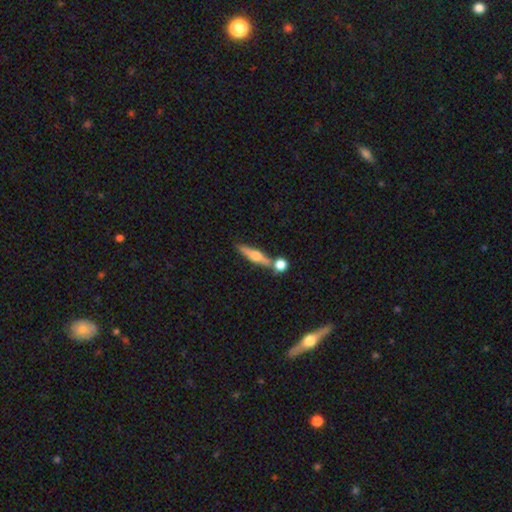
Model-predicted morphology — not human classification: The model was most divided on "smooth or featured": featured or disk: 54%, smooth: 39%, star or artifact: 7%. More confident: edge-on disk — yes (92%); merging — none (65%).